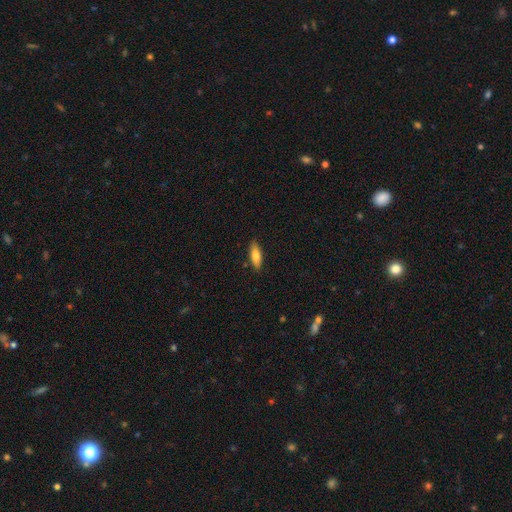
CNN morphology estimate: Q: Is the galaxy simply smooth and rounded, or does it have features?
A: smooth — 75%.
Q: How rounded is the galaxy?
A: in between — 56%.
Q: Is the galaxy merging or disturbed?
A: none — 86%.